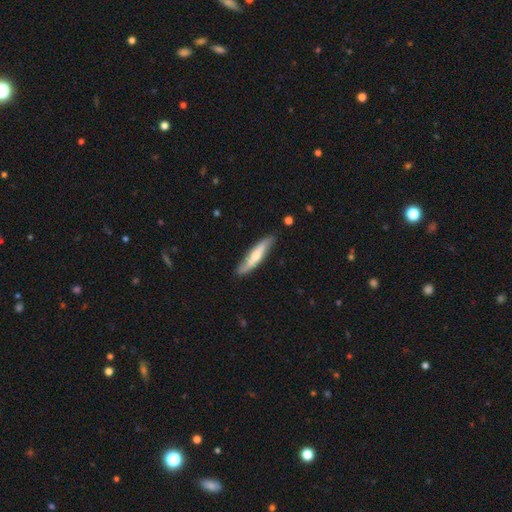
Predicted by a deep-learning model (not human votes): Morphology: type=smooth (50%); merging=none (82%).